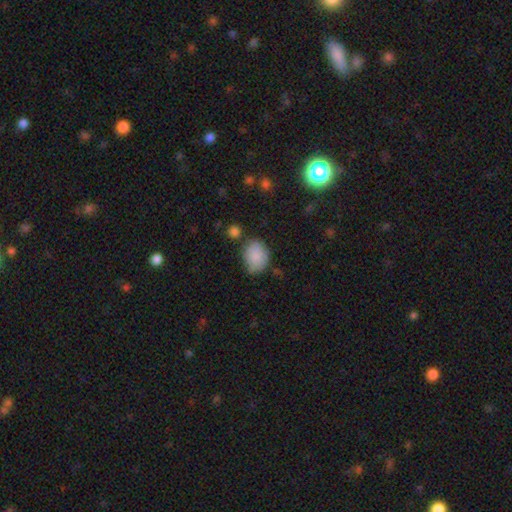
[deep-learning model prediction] Smooth or featured? smooth (83%)
How rounded? in between (54%)
Merging? none (58%)